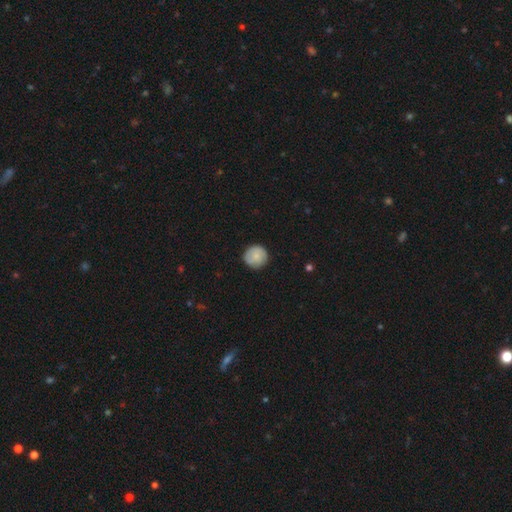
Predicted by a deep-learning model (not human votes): A smooth galaxy with no disk features (73%) that is round (94%). Merging: none (86%).